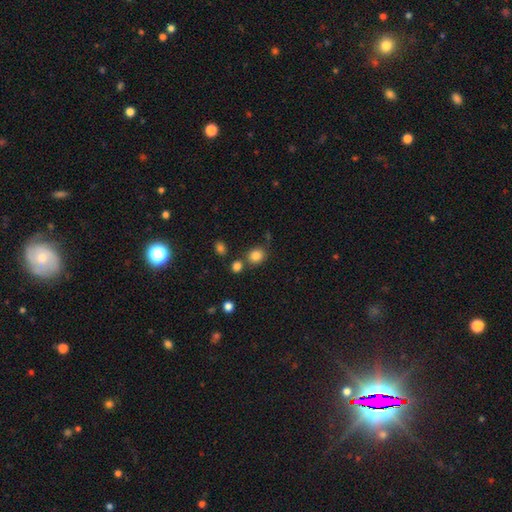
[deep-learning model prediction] Smooth or featured? smooth (83%)
How rounded? round (72%)
Merging? none (70%)